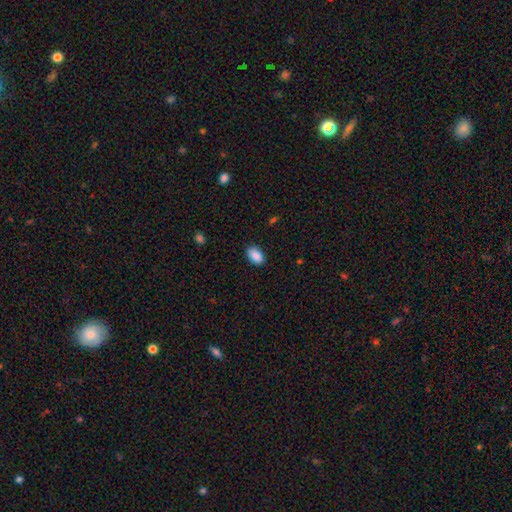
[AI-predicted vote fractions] Smooth or featured? smooth (89%)
How rounded? in between (91%)
Merging? none (87%)